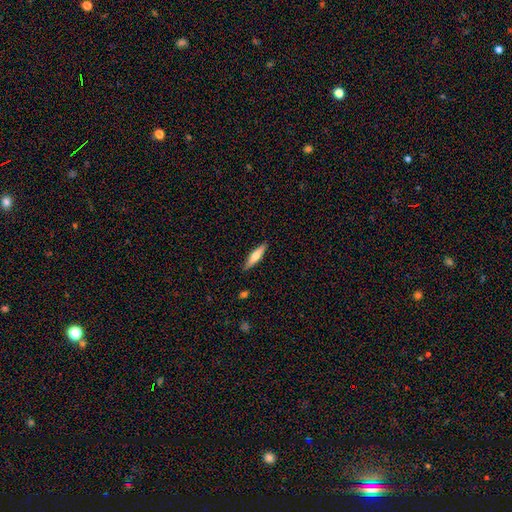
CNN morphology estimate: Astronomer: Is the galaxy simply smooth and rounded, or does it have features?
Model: smooth — 62%.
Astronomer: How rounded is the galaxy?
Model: cigar-shaped — 75%.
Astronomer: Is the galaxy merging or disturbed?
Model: none — 88%.